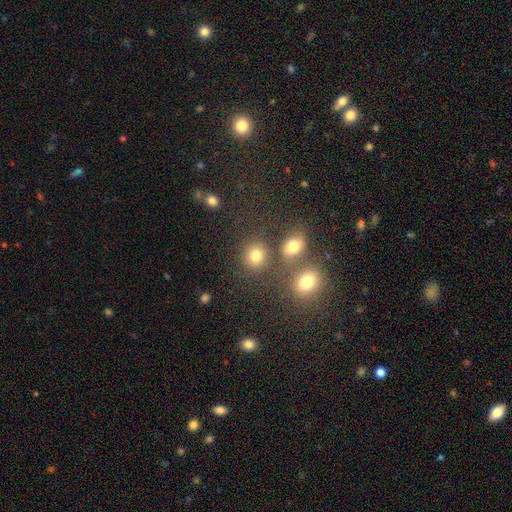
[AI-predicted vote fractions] The model was most divided on "how rounded": round: 79%, in between: 20%, cigar-shaped: 1%. More confident: smooth or featured — smooth (78%); merging — none (73%).